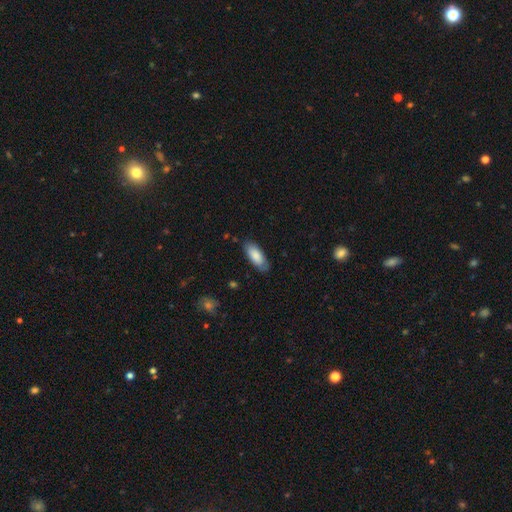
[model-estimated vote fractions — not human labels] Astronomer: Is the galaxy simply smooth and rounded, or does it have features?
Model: smooth — 83%.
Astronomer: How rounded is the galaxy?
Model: in between — 81%.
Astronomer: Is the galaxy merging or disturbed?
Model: none — 78%.